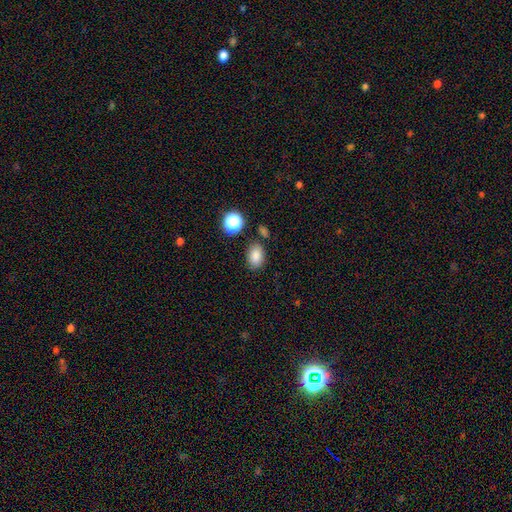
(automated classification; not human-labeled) The model was most divided on "how rounded": in between: 80%, round: 19%, cigar-shaped: 1%. More confident: smooth or featured — smooth (83%); merging — none (79%).